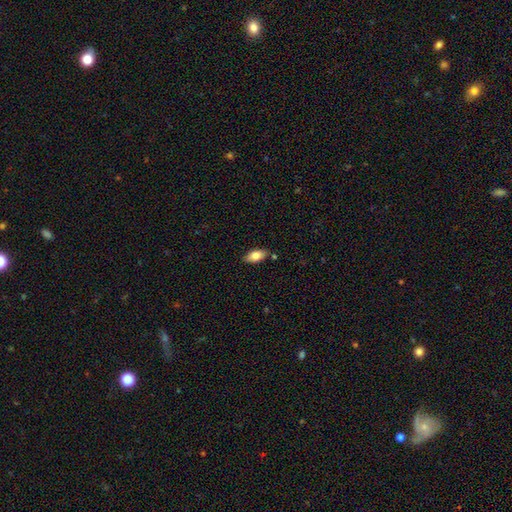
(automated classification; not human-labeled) This appears to be a smooth galaxy with no disk features (77%) that is in between round and cigar-shaped (90%). Merging: none (84%).